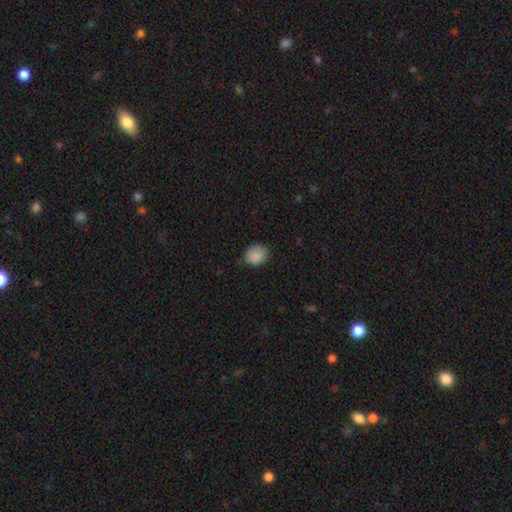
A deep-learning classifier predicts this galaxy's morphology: Smooth or featured: smooth — 87% (star or artifact — 8%)
How rounded: in between — 50% (round — 49%)
Merging: none — 74% (minor disturbance — 22%)